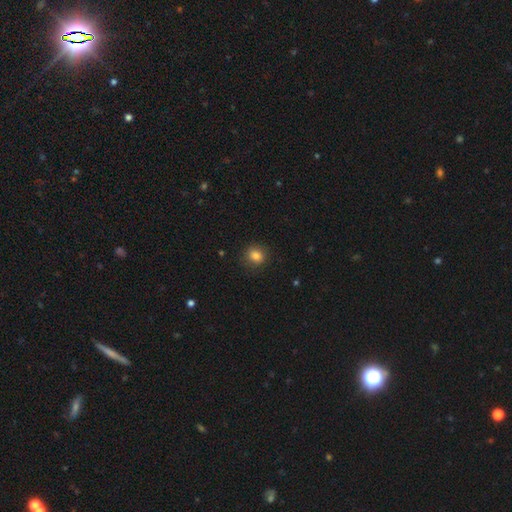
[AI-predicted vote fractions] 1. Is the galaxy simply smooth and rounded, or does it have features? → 83% smooth, 11% star or artifact, 6% featured or disk.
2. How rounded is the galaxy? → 74% round, 25% in between, 1% cigar-shaped.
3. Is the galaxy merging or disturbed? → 85% none, 11% minor disturbance, 3% major disturbance, 1% merger.